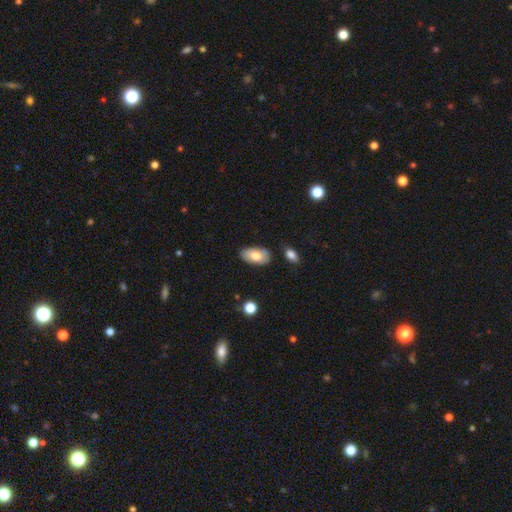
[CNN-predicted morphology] Q: Smooth or featured?
A: smooth (77%); runner-up: featured or disk (17%)
Q: How rounded?
A: in between (94%); runner-up: round (4%)
Q: Merging?
A: none (76%); runner-up: minor disturbance (17%)